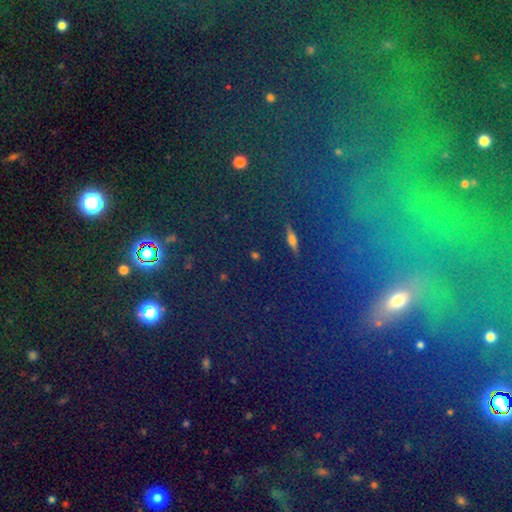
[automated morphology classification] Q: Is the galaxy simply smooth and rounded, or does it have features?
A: star or artifact — 57%.